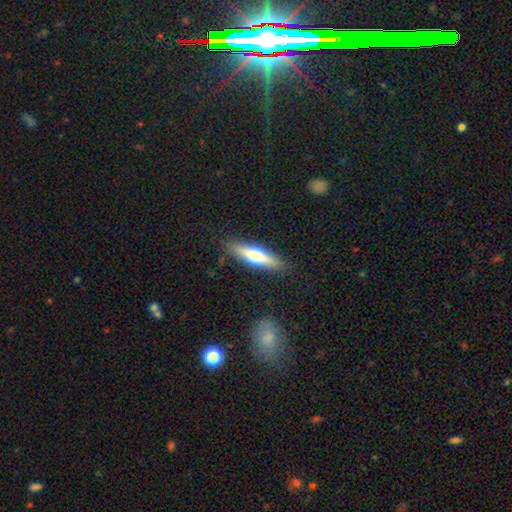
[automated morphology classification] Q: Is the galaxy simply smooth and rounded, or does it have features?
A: smooth — 49%.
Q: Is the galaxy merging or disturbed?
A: none — 87%.